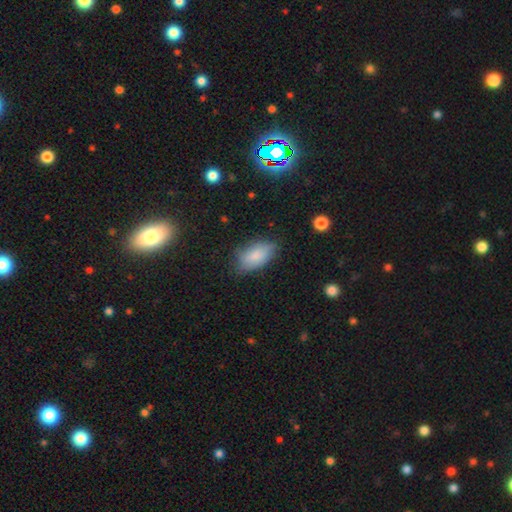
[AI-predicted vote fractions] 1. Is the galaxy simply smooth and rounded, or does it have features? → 81% smooth, 12% featured or disk, 7% star or artifact.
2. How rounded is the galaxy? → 92% in between, 4% cigar-shaped, 4% round.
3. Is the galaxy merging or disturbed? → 69% none, 25% minor disturbance, 5% major disturbance, 2% merger.